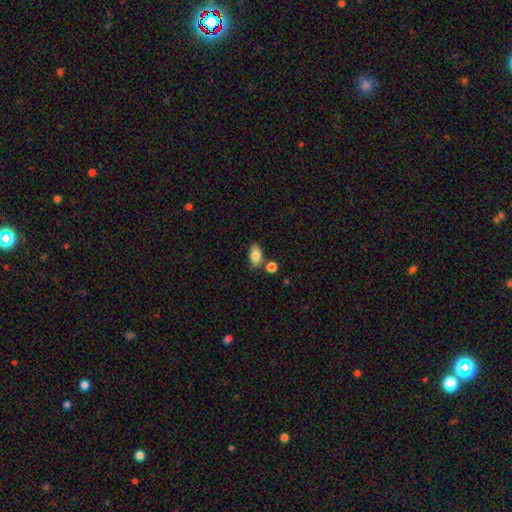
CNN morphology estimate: smooth-or-featured: smooth: 82% | featured or disk: 10% | star or artifact: 8%
  how-rounded: in between: 88% | round: 8% | cigar-shaped: 3%
  merging: none: 70% | minor disturbance: 15% | merger: 12% | major disturbance: 3%